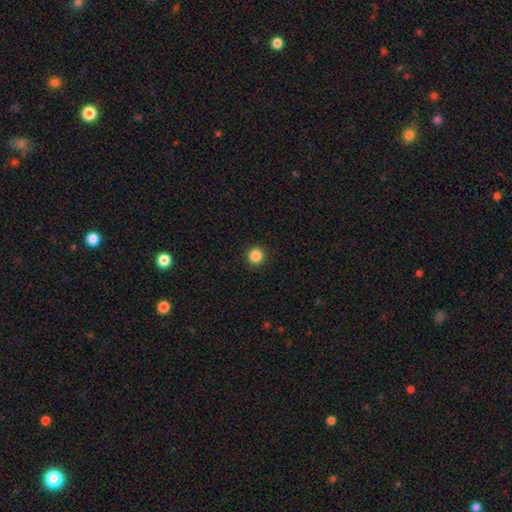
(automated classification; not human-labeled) smooth 87%, star or artifact 10%, featured or disk 3%. Down the decision tree: how rounded — round (96%); merging — none (93%).